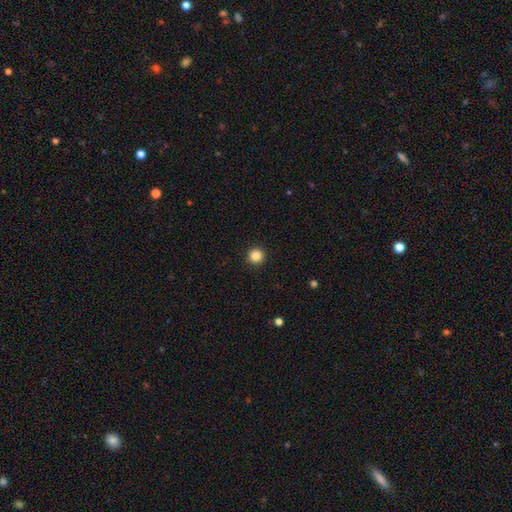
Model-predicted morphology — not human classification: A smooth galaxy with no disk features (86%) that is round (95%).

Vote fractions:
- Smooth or featured? smooth: 86% / star or artifact: 11% / featured or disk: 3%
- How rounded? round: 95% / in between: 4% / cigar-shaped: 1%
- Merging? none: 93% / minor disturbance: 4% / major disturbance: 2% / merger: 1%